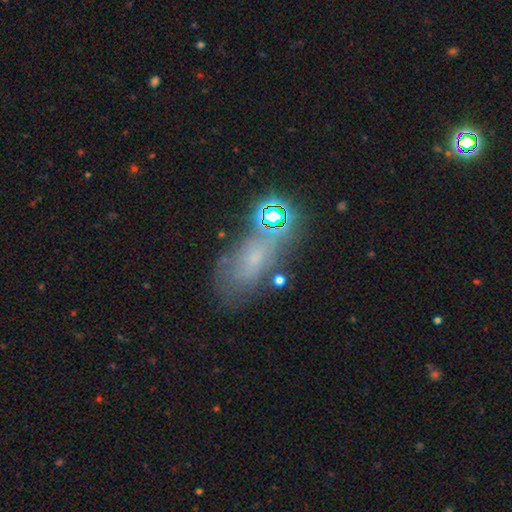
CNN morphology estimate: Smooth or featured: smooth — 36% (tied with featured or disk — 36%)
Merging: none — 57% (minor disturbance — 21%)